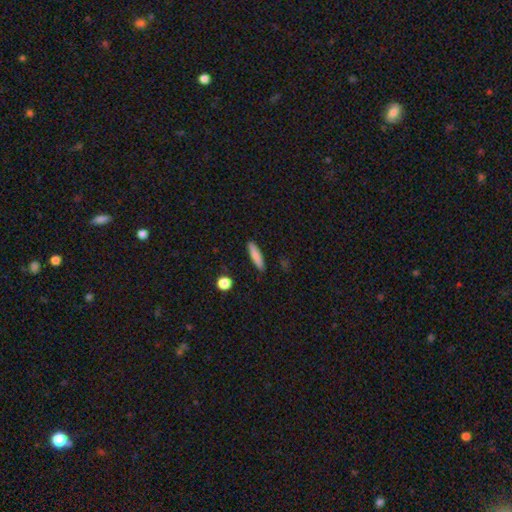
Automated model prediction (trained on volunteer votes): smooth 82%, featured or disk 11%, star or artifact 7%. Down the decision tree: how rounded — cigar-shaped (82%); merging — none (89%).